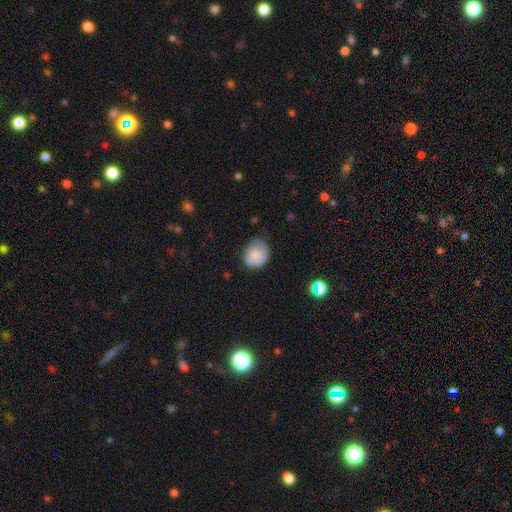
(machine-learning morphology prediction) Smooth or featured? smooth (82%)
How rounded? round (69%)
Merging? none (59%)